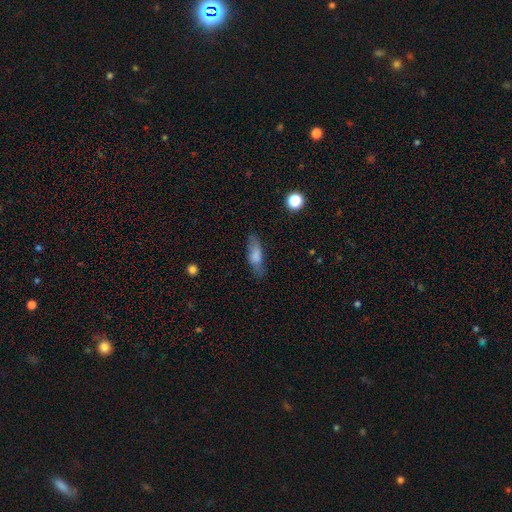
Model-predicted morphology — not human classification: Smooth or featured?
  - smooth: 74% *
  - featured or disk: 18%
  - star or artifact: 8%
How rounded?
  - in between: 57% *
  - cigar-shaped: 40%
  - round: 3%
Merging?
  - none: 74% *
  - minor disturbance: 18%
  - major disturbance: 6%
  - merger: 2%